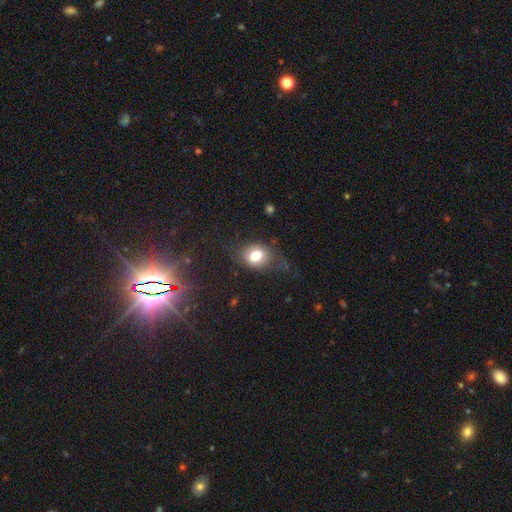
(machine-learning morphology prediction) smooth-or-featured: smooth: 72% | featured or disk: 18% | star or artifact: 10%
  how-rounded: in between: 52% | round: 46% | cigar-shaped: 1%
  merging: none: 59% | minor disturbance: 22% | major disturbance: 17% | merger: 2%